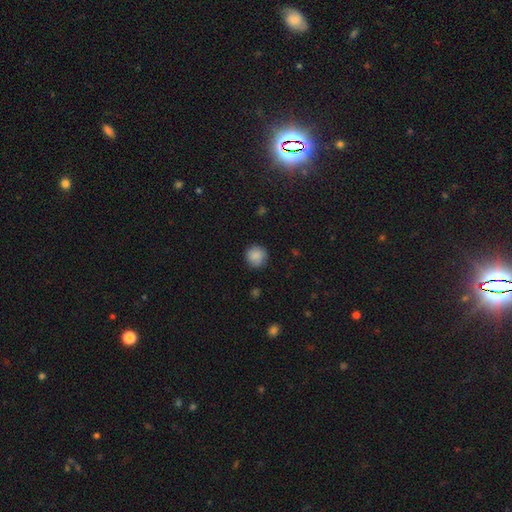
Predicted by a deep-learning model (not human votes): smooth-or-featured: smooth: 88% | star or artifact: 8% | featured or disk: 4%
  how-rounded: round: 94% | in between: 5% | cigar-shaped: 1%
  merging: none: 88% | minor disturbance: 9% | major disturbance: 2% | merger: 1%